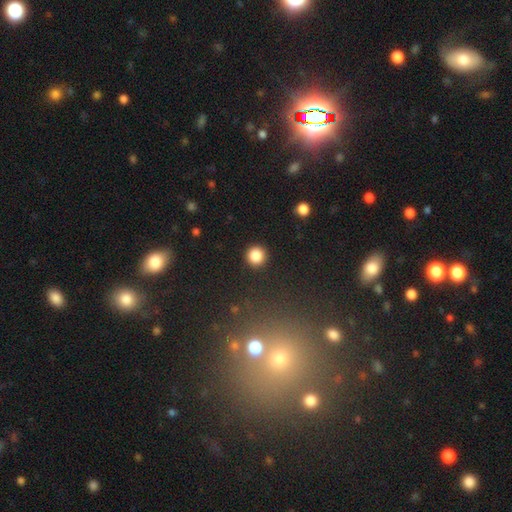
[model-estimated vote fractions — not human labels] Smooth or featured? smooth (86%)
How rounded? round (95%)
Merging? none (92%)